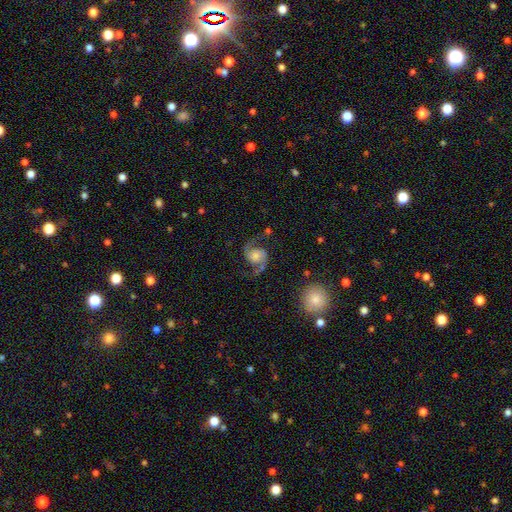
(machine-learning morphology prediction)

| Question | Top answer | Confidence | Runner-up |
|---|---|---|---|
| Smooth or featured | featured or disk | 88% | smooth (6%) |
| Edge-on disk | no | 98% | yes (2%) |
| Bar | no | 64% | weak (29%) |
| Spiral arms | yes | 98% | no (2%) |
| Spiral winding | loose | 48% | medium (43%) |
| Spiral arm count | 2 | 94% | 1 (2%) |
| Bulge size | moderate | 42% | small (26%) |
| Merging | none | 76% | minor disturbance (14%) |